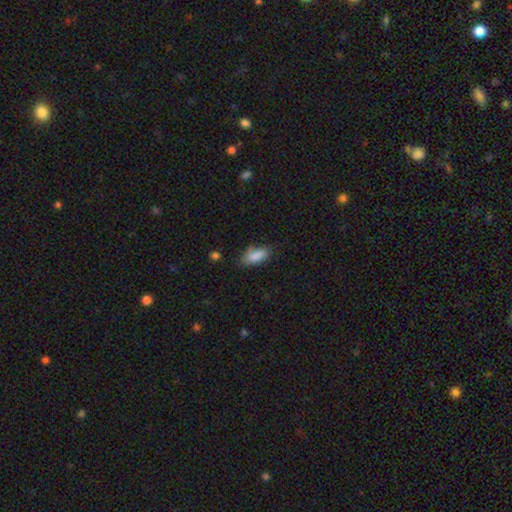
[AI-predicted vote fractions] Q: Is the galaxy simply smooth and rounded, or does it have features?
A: smooth — 86%.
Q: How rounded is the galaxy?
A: in between — 83%.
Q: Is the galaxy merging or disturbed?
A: none — 69%.